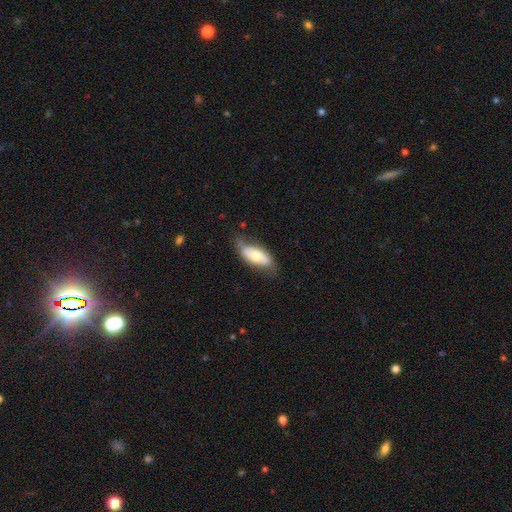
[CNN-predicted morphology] The model was most divided on "smooth or featured": smooth: 58%, featured or disk: 36%, star or artifact: 6%. More confident: how rounded — in between (83%); merging — none (61%).